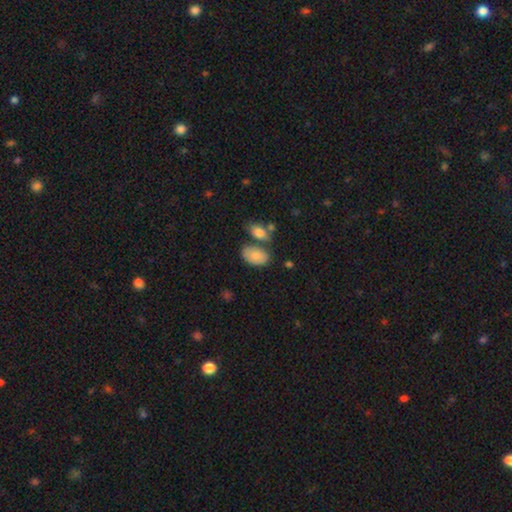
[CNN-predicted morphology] A smooth galaxy with no disk features (81%) that is in between round and cigar-shaped (92%).

Vote fractions:
- Smooth or featured? smooth: 81% / featured or disk: 12% / star or artifact: 7%
- How rounded? in between: 92% / round: 6% / cigar-shaped: 2%
- Merging? none: 56% / merger: 21% / minor disturbance: 18% / major disturbance: 5%